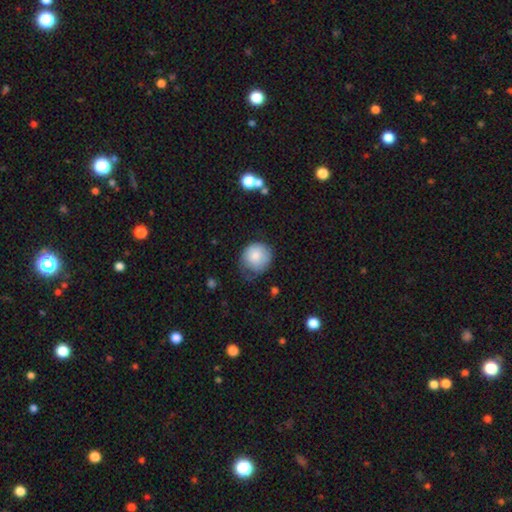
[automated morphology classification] type=smooth (81%); roundness=round (86%); merging=none (49%).